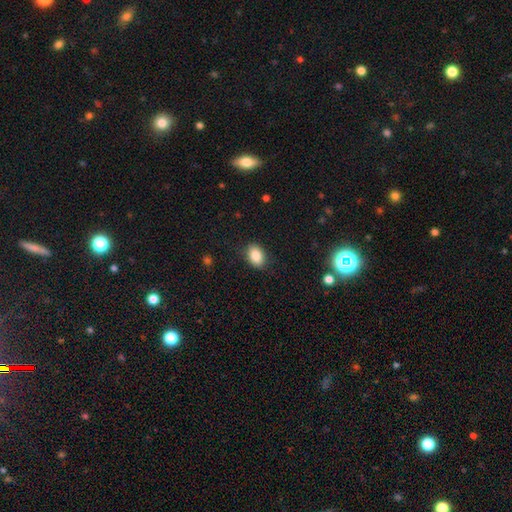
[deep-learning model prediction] The model was most divided on "how rounded": in between: 83%, round: 16%, cigar-shaped: 1%. More confident: smooth or featured — smooth (87%); merging — none (85%).